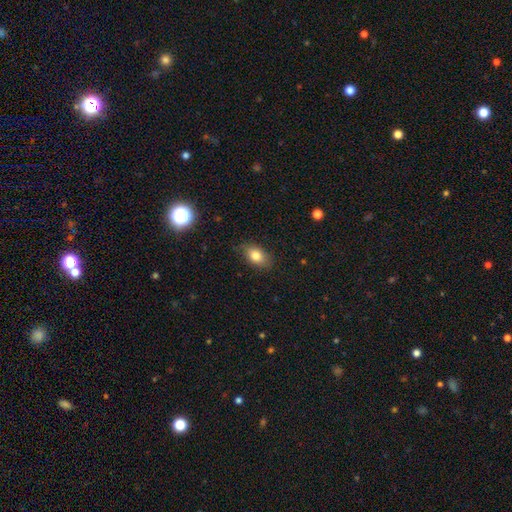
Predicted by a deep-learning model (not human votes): A smooth galaxy with no disk features (81%) that is in between round and cigar-shaped (83%). Merging: none (80%).